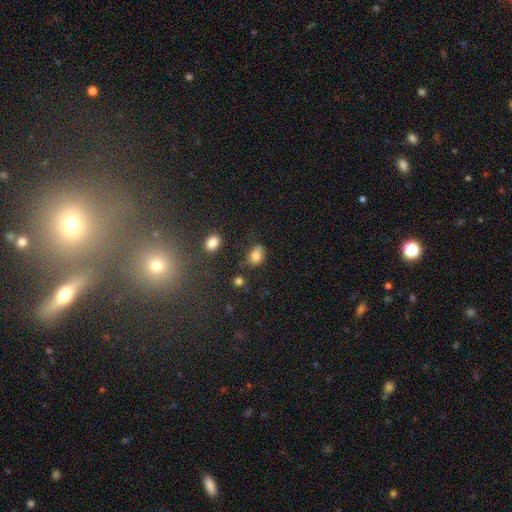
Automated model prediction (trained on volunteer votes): smooth_or_featured: smooth (p=0.81) [alt: star or artifact p=0.10]
how_rounded: in between (p=0.64) [alt: round p=0.35]
merging: none (p=0.63) [alt: minor disturbance p=0.24]